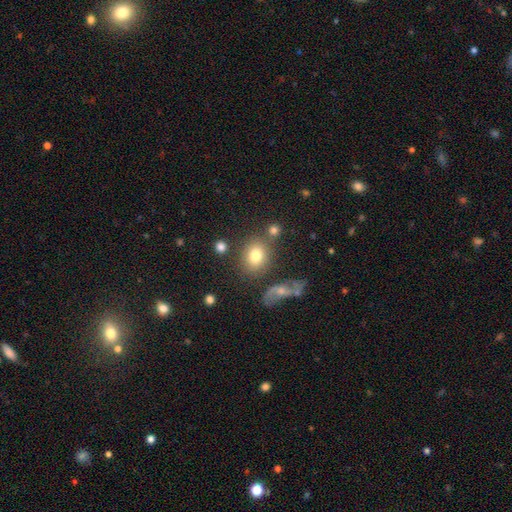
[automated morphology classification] A smooth galaxy with no disk features (76%) that is round (56%). Merging: none (68%).